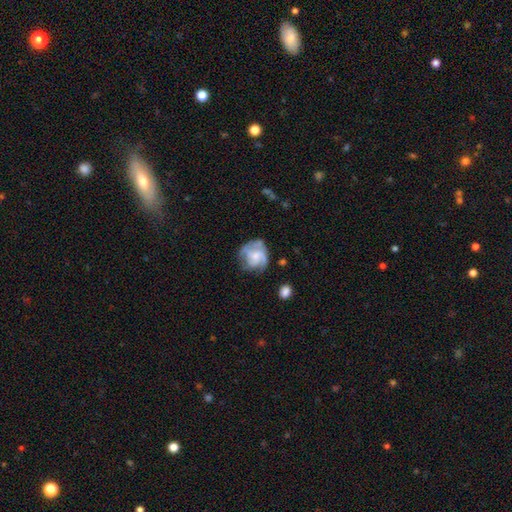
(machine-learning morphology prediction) type=featured or disk (66%); edge-on=no (98%); bar=no (68%); spiral arms=yes (83%); winding=medium (42%); arm count=3 (37%); bulge=small (49%); merging=none (57%).